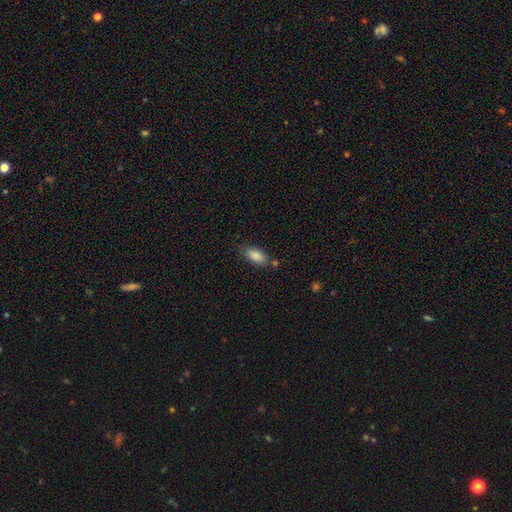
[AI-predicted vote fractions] Smooth or featured? Predicted: smooth (p=0.86). How rounded? Predicted: in between (p=0.87). Merging? Predicted: none (p=0.69).